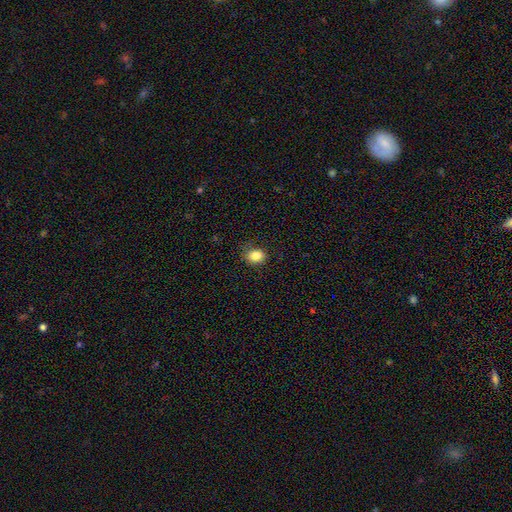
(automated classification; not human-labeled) This is clearly a smooth galaxy (85%). How rounded: possibly in between (52%). Merging: clearly none (81%).